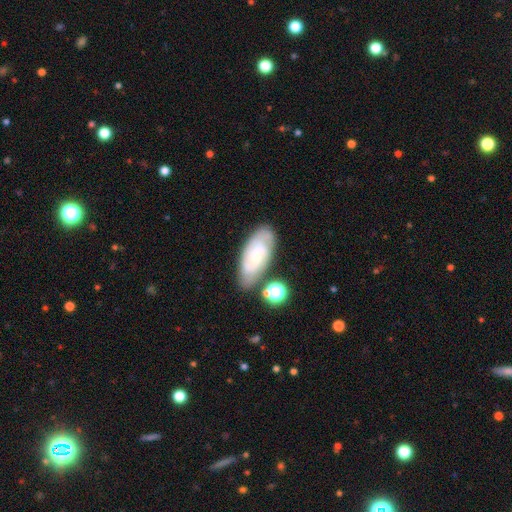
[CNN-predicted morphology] This appears to be a featured or disk galaxy (69%) with no bar (63%), 2 (46%) tight (57%) spiral arms (91%) and a small central bulge (67%). Merging: none (70%).